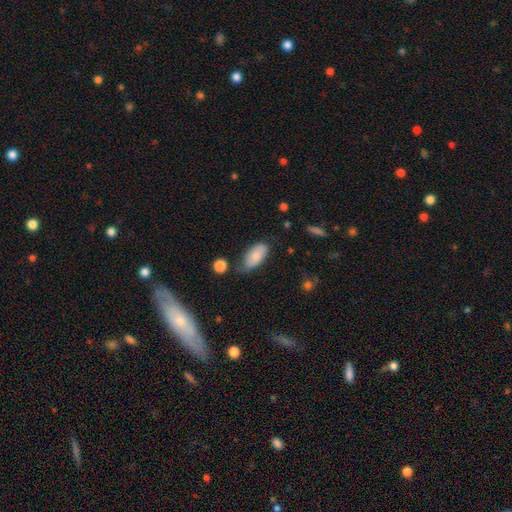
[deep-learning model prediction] This is likely a smooth galaxy (79%). How rounded: clearly in between (93%). Merging: possibly none (57%).